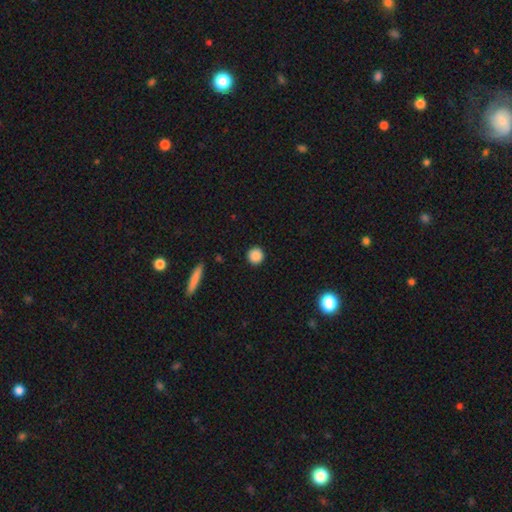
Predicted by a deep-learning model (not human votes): Smooth or featured? smooth (88%)
How rounded? round (94%)
Merging? none (92%)